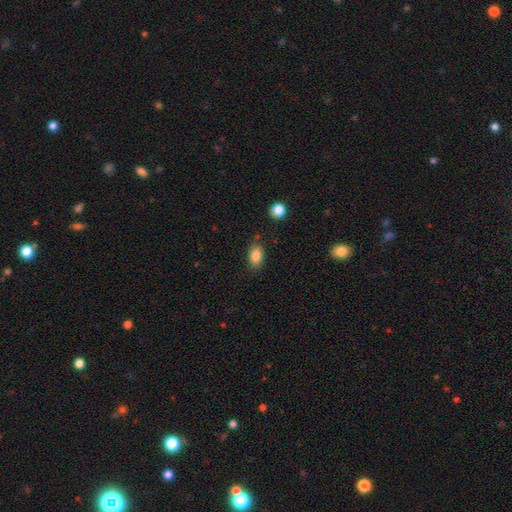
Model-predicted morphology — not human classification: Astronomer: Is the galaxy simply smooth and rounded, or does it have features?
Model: smooth — 85%.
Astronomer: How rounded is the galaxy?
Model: in between — 86%.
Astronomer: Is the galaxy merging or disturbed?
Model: none — 81%.